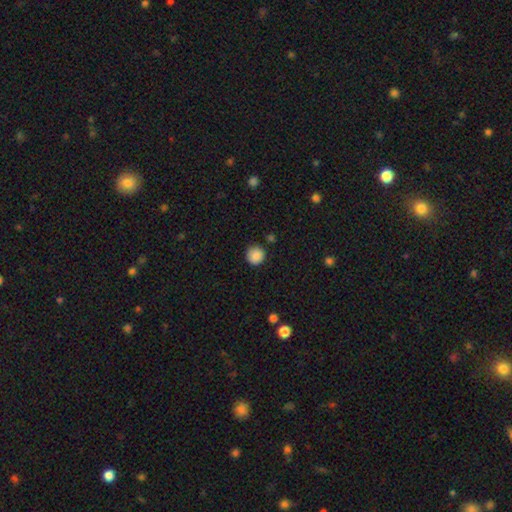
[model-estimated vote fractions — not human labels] Overall: smooth (88%). How rounded: round (94%). Merging: none (86%).